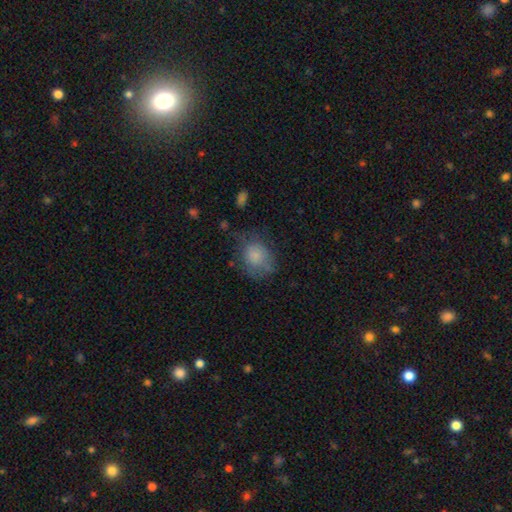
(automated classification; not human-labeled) Overall: smooth (78%). How rounded: round (55%; in between 44%). Merging: none (51%; minor disturbance 29%).